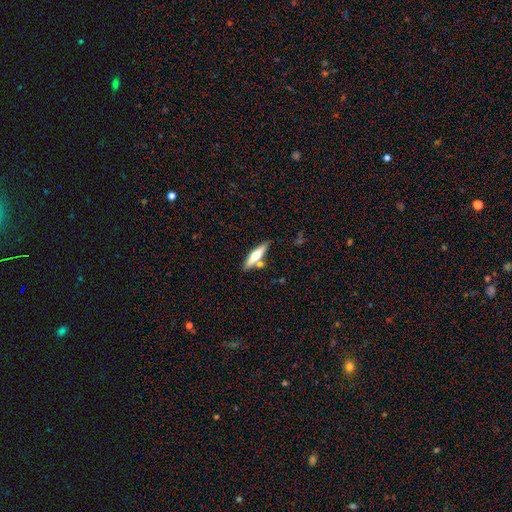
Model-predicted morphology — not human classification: type=smooth (55%); roundness=cigar-shaped (74%); merging=none (71%).